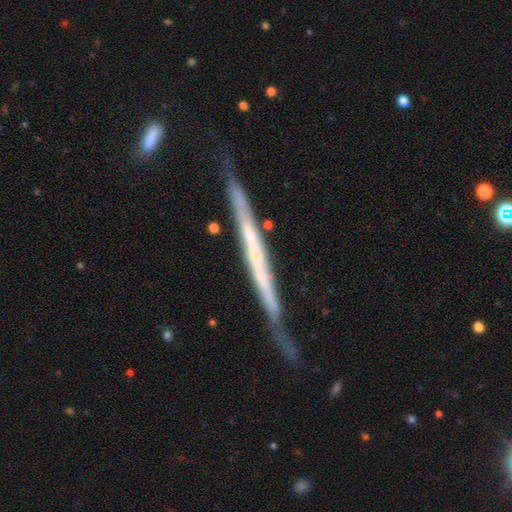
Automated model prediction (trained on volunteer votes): A featured or disk galaxy (72%) viewed edge-on (94%) with no central bulge (83%). Merging: none (68%).